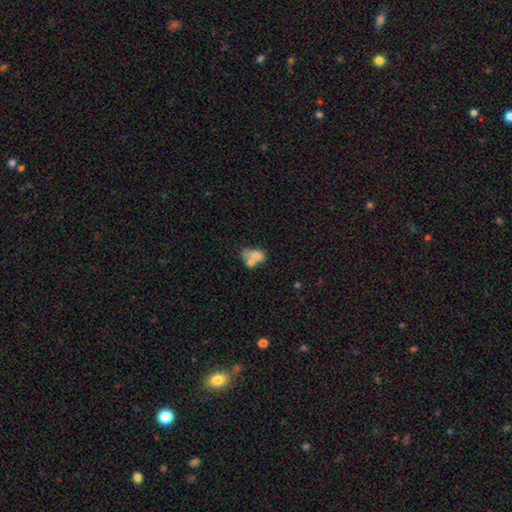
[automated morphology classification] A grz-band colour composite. It shows a smooth galaxy with no disk features (66%) that is in between round and cigar-shaped (76%). Merging: merger (59%).